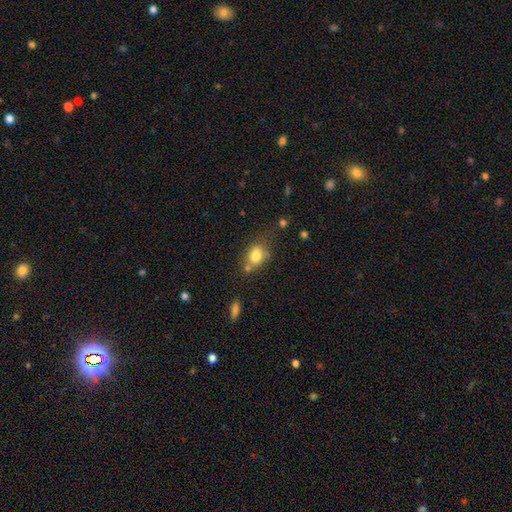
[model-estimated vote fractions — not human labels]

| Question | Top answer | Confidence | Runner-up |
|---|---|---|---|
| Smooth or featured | smooth | 78% | featured or disk (12%) |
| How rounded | in between | 67% | round (31%) |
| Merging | none | 52% | minor disturbance (22%) |